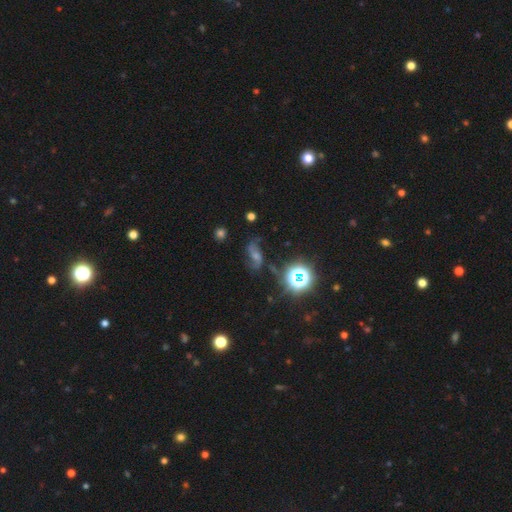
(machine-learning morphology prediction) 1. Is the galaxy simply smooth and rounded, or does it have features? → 60% featured or disk, 27% star or artifact, 13% smooth.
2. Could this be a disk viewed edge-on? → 95% no, 5% yes.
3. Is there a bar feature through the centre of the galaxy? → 45% no, 39% weak, 16% strong.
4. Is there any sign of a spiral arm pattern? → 93% yes, 7% no.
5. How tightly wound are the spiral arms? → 59% loose, 32% medium, 10% tight.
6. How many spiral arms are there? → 88% 2, 4% can't tell, 3% 1, 2% 3, 1% 4, 1% more than 4.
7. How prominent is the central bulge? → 44% moderate, 40% small, 8% none, 6% large, 2% dominant.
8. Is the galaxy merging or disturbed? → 70% none, 15% minor disturbance, 10% major disturbance, 4% merger.